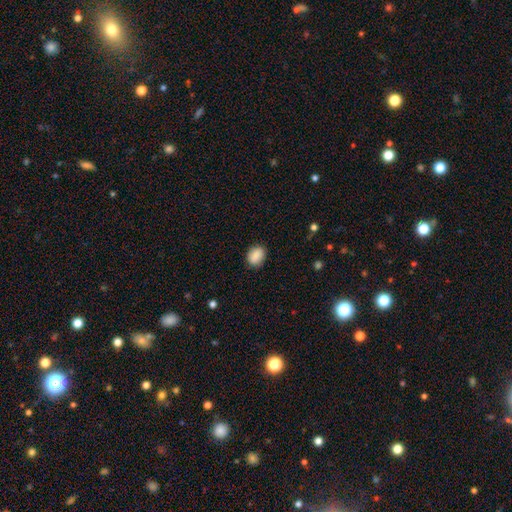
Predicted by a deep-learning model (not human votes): smooth 88%, star or artifact 7%, featured or disk 4%. Down the decision tree: how rounded — in between (65%); merging — none (85%).